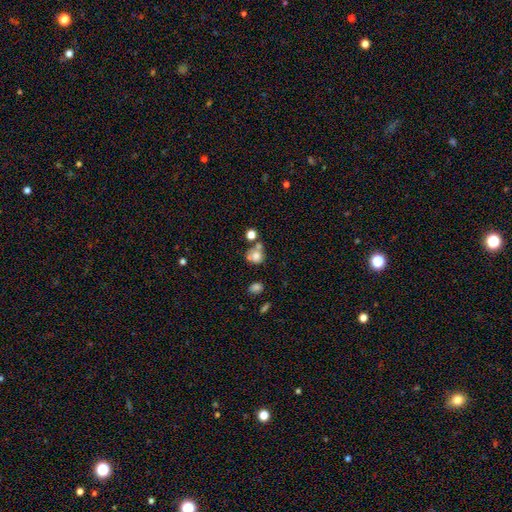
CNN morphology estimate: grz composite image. It shows a smooth galaxy with no disk features (71%) that is round (70%). Merging: none (38%).